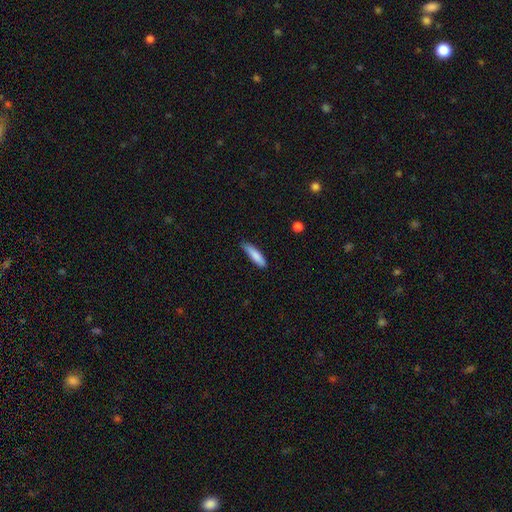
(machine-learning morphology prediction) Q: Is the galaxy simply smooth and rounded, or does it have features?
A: smooth — 83%.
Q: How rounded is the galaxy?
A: cigar-shaped — 76%.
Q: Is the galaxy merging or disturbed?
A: none — 73%.